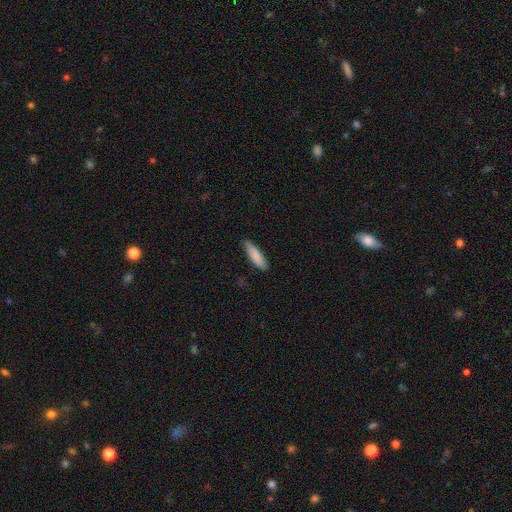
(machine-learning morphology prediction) This is clearly a smooth galaxy (85%). How rounded: likely cigar-shaped (65%). Merging: clearly none (81%).